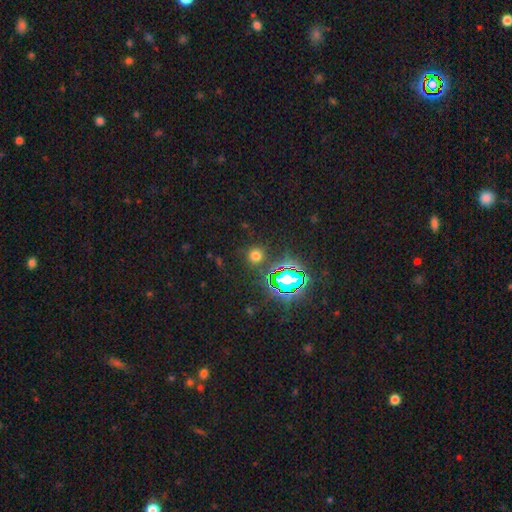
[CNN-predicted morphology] Smooth or featured? Predicted: smooth (p=0.58). How rounded? Predicted: round (p=0.92). Merging? Predicted: none (p=0.85).